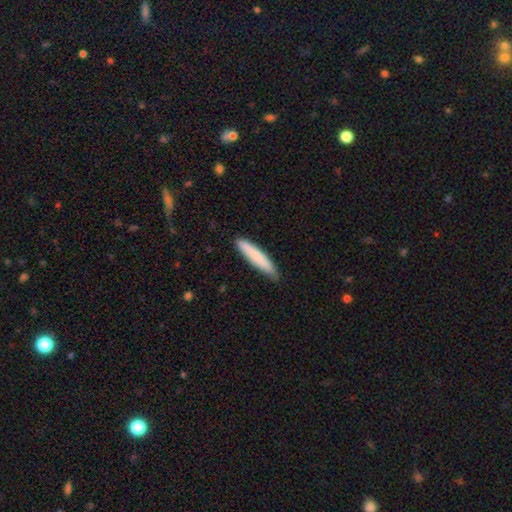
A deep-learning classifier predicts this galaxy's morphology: smooth 80%, featured or disk 15%, star or artifact 5%. Down the decision tree: how rounded — cigar-shaped (90%); merging — none (85%).